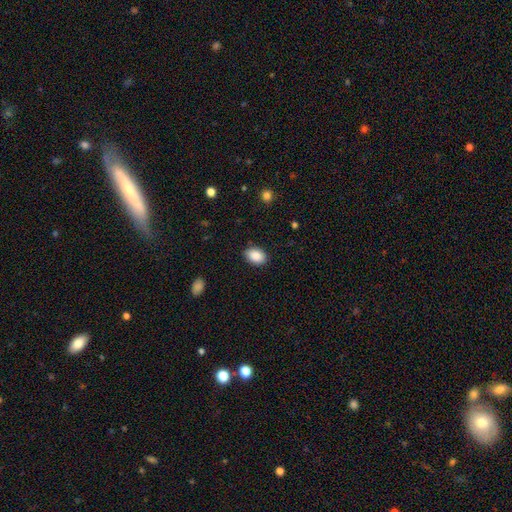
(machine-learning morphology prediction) smooth-or-featured: smooth: 88% | star or artifact: 7% | featured or disk: 4%
  how-rounded: in between: 85% | round: 14% | cigar-shaped: 1%
  merging: none: 86% | minor disturbance: 10% | major disturbance: 2% | merger: 1%